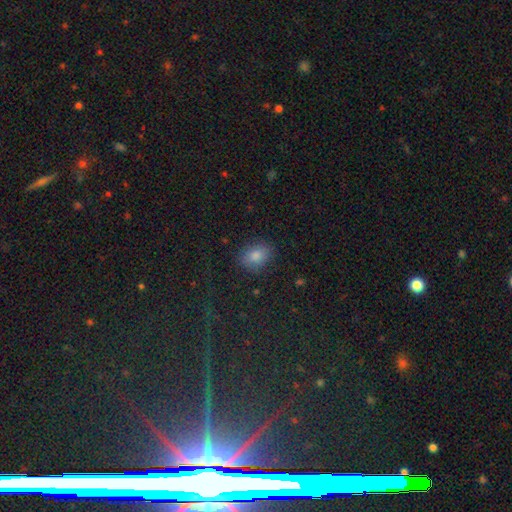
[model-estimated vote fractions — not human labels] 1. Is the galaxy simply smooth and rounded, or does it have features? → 79% smooth, 14% star or artifact, 7% featured or disk.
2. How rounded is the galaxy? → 71% in between, 28% round, 2% cigar-shaped.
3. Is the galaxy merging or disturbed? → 84% none, 12% minor disturbance, 3% major disturbance, 1% merger.